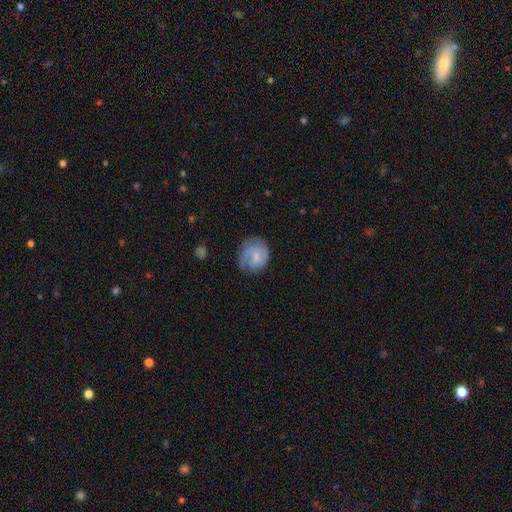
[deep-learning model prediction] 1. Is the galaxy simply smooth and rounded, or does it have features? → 47% featured or disk, 46% smooth, 7% star or artifact.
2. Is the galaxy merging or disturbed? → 63% none, 24% minor disturbance, 11% major disturbance, 1% merger.